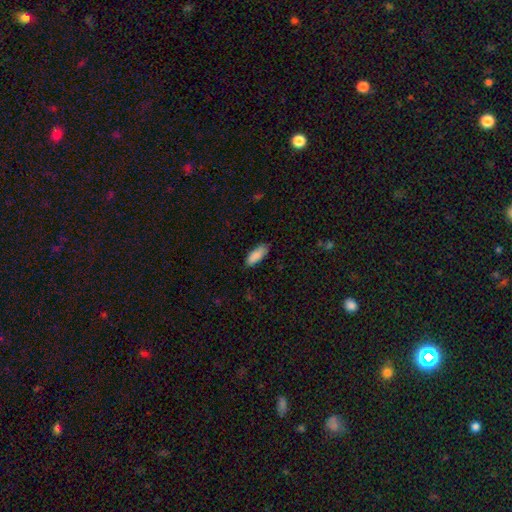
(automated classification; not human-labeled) This appears to be a smooth galaxy with no disk features (89%) that is in between round and cigar-shaped (75%). Merging: none (80%).